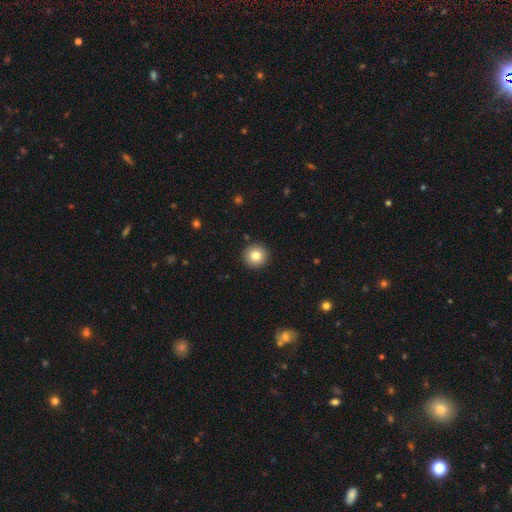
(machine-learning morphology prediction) type=smooth (82%); roundness=round (95%); merging=none (92%).